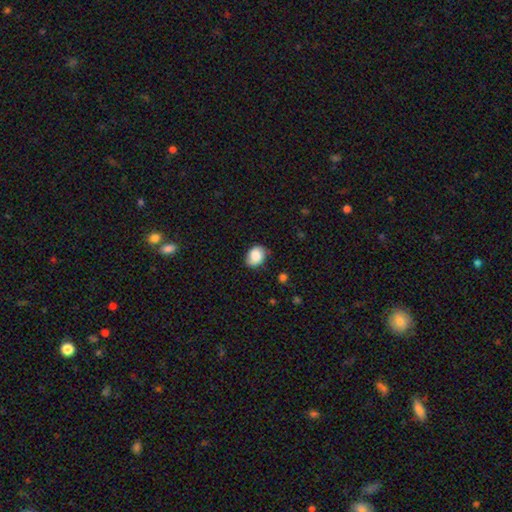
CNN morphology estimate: Smooth or featured: smooth — 81% (featured or disk — 11%)
How rounded: in between — 66% (round — 33%)
Merging: none — 75% (minor disturbance — 20%)